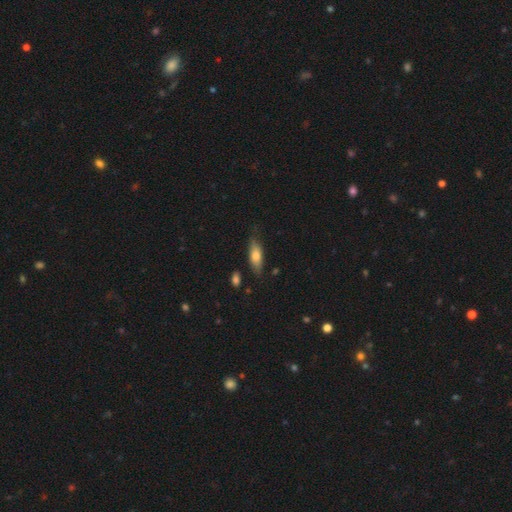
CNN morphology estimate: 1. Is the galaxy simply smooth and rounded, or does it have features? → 68% smooth, 25% featured or disk, 6% star or artifact.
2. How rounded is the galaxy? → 61% in between, 36% cigar-shaped, 3% round.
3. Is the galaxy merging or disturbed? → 72% none, 21% minor disturbance, 4% major disturbance, 2% merger.